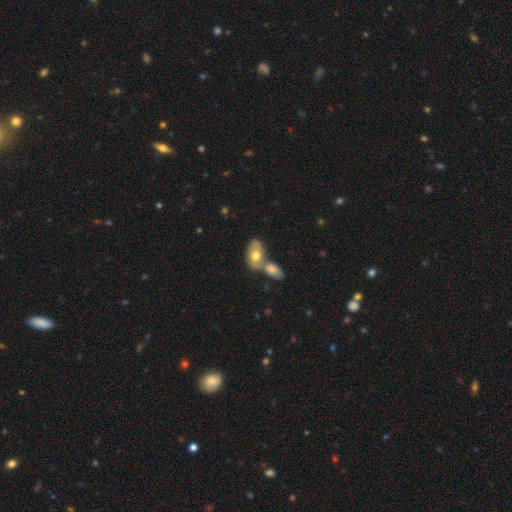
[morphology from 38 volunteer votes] Smooth or featured: smooth — 61% (featured or disk — 37%)
How rounded: in between — 91% (round — 4%)
Merging: merger — 59% (none — 22%)